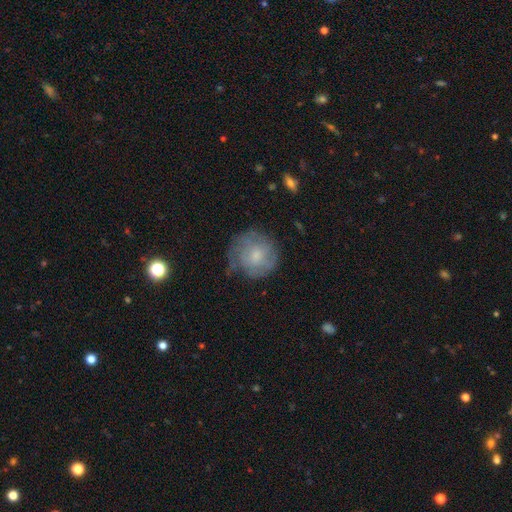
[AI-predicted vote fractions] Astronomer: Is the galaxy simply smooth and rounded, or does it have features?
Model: smooth — 48% (runner-up: featured or disk, 45%).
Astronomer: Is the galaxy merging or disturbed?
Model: none — 63%.